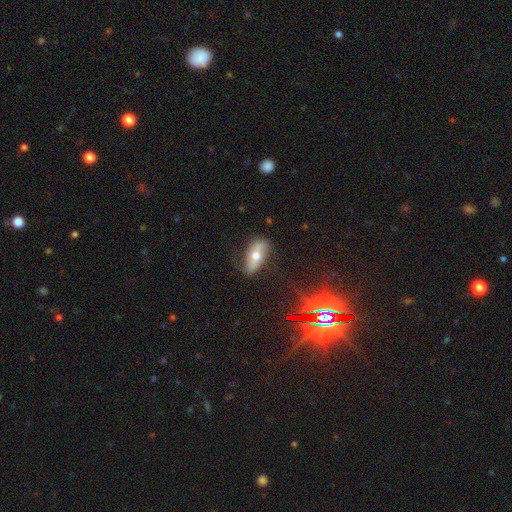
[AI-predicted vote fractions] Smooth or featured: smooth — 45% (tied with featured or disk — 45%)
Merging: none — 75% (minor disturbance — 19%)